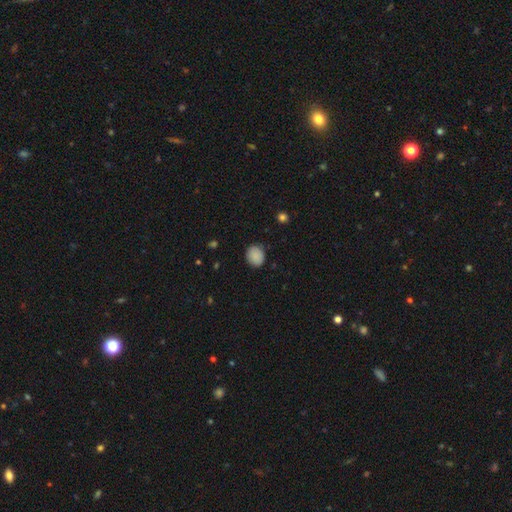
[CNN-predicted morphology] Smooth or featured? smooth (88%)
How rounded? round (62%)
Merging? none (84%)